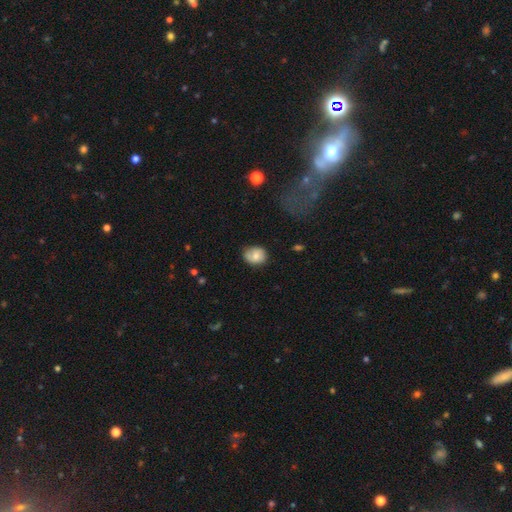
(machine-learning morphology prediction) A smooth galaxy with no disk features (69%) that is round (55%). Merging: none (66%).